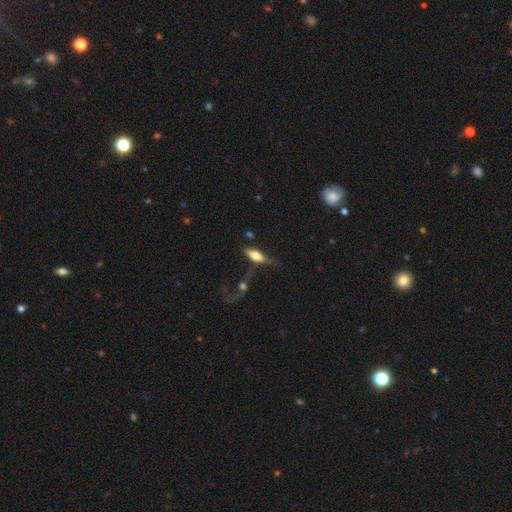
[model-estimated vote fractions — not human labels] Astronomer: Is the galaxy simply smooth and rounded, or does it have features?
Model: smooth — 57% (runner-up: featured or disk, 35%).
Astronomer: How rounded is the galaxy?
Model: in between — 68%.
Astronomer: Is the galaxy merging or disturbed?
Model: none — 44% (runner-up: minor disturbance, 20%).